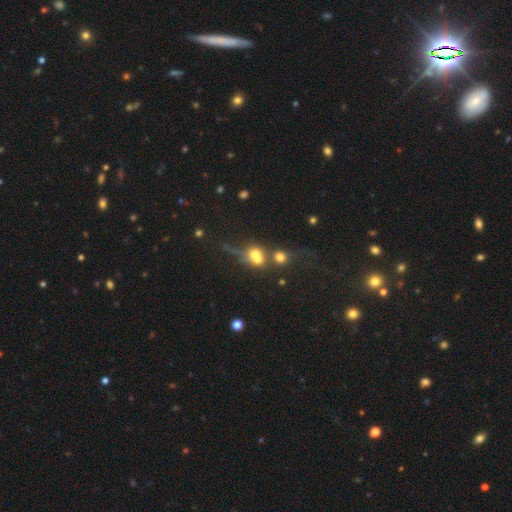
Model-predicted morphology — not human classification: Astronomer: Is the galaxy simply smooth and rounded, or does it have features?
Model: smooth — 60%.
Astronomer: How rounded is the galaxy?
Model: round — 65%.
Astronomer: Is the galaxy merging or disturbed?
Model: merger — 60%.